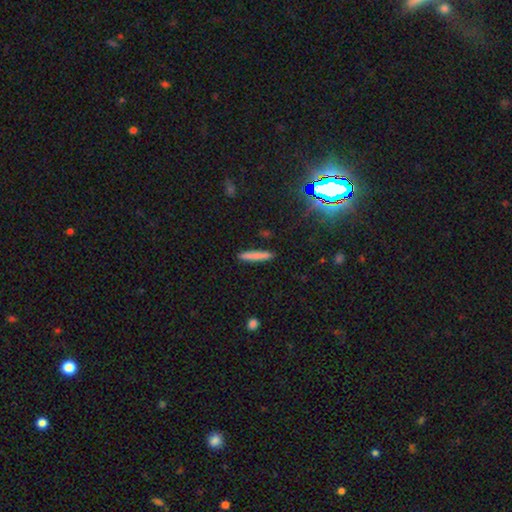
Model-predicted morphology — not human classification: Smooth or featured? Predicted: smooth (p=0.78). How rounded? Predicted: cigar-shaped (p=0.94). Merging? Predicted: none (p=0.90).